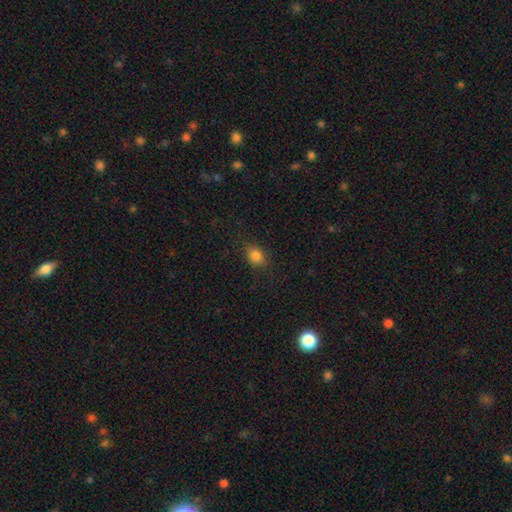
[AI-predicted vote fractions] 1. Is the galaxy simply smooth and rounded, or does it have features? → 83% smooth, 12% star or artifact, 6% featured or disk.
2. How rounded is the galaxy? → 52% in between, 47% round, 2% cigar-shaped.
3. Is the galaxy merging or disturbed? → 84% none, 12% minor disturbance, 4% major disturbance, 1% merger.